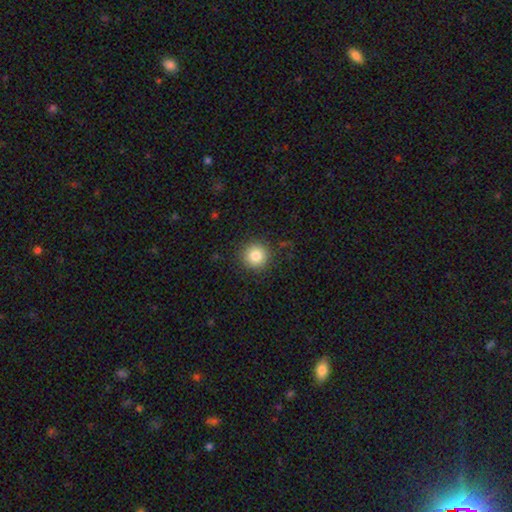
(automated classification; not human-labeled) The model was most divided on "smooth or featured": smooth: 83%, star or artifact: 10%, featured or disk: 6%. More confident: how rounded — round (95%); merging — none (90%).